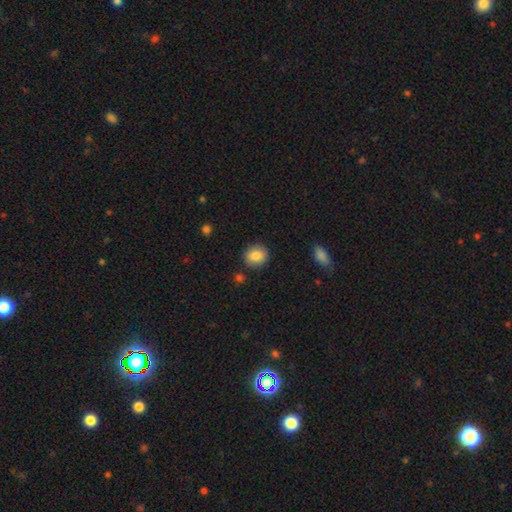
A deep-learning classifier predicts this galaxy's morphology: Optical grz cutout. It shows a smooth galaxy with no disk features (85%) that is round (72%). Merging: none (87%).